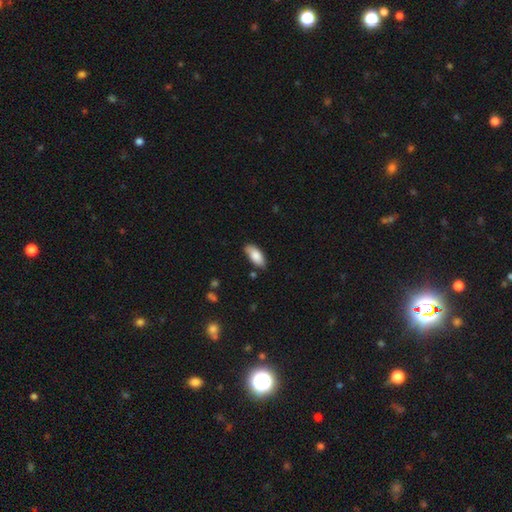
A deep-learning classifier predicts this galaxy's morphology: Smooth or featured?
  - smooth: 83% *
  - featured or disk: 10%
  - star or artifact: 6%
How rounded?
  - in between: 87% *
  - cigar-shaped: 11%
  - round: 2%
Merging?
  - none: 78% *
  - minor disturbance: 17%
  - major disturbance: 3%
  - merger: 2%